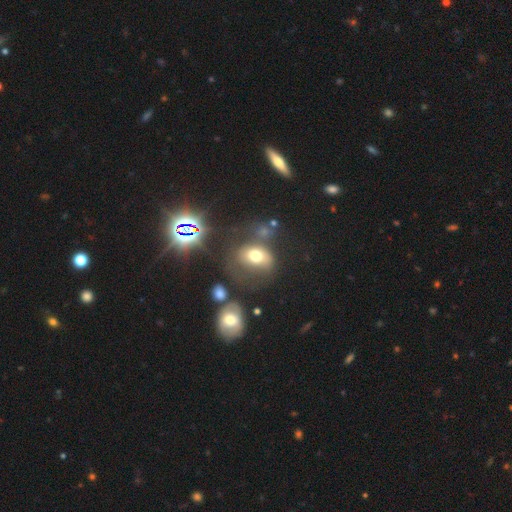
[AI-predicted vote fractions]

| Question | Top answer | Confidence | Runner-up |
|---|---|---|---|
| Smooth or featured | smooth | 65% | featured or disk (20%) |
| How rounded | in between | 56% | round (43%) |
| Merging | none | 38% | major disturbance (27%) |